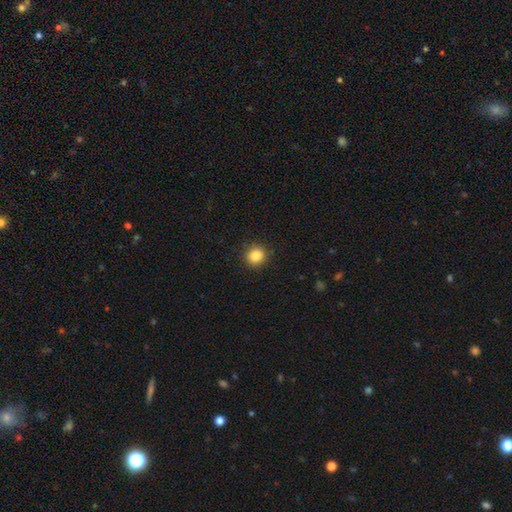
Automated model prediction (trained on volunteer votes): smooth 85%, star or artifact 11%, featured or disk 4%. Down the decision tree: how rounded — round (90%); merging — none (90%).